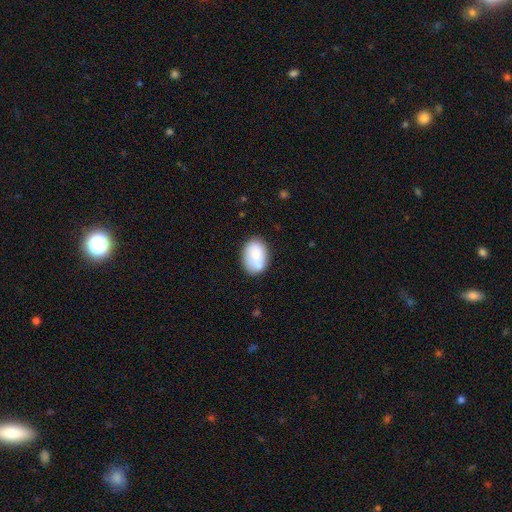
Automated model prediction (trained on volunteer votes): This is likely a smooth galaxy (66%). How rounded: clearly in between (81%). Merging: possibly none (51%).